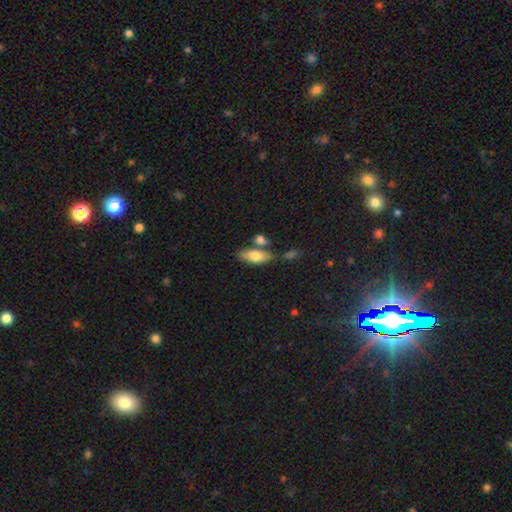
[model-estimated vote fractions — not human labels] Smooth or featured? Predicted: smooth (p=0.73). How rounded? Predicted: in between (p=0.80). Merging? Predicted: none (p=0.62).